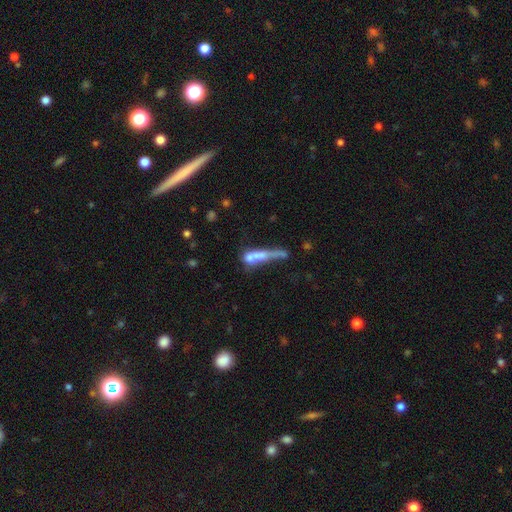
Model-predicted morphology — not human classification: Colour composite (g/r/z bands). It shows a smooth galaxy with no disk features (50%) that is cigar-shaped (72%). Merging: merger (46%).